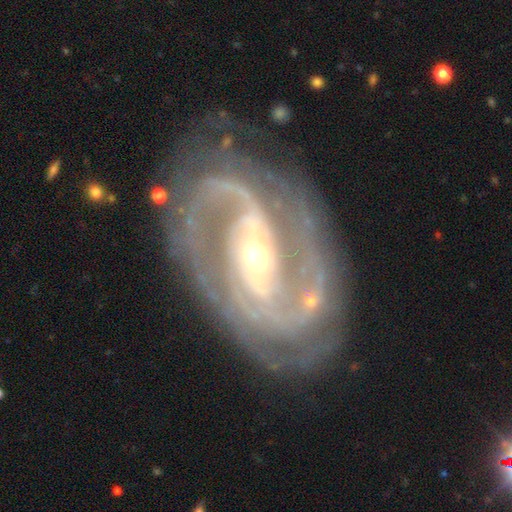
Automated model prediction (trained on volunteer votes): A featured or disk galaxy (92%) with a strong bar (45%), 2 (68%) medium (48%) spiral arms (97%) and a small central bulge (47%, tied with moderate). Merging: none (71%).